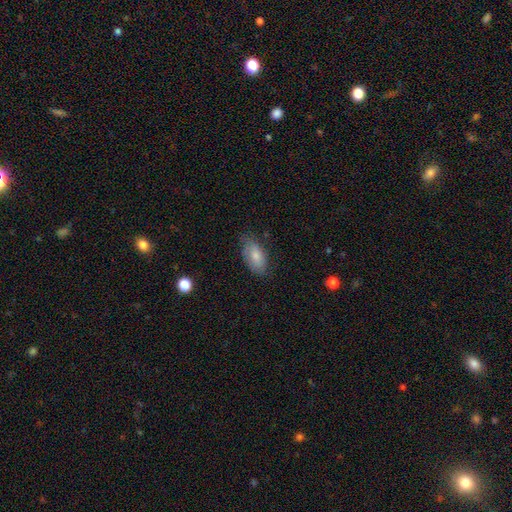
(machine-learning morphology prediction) type=smooth (74%); roundness=in between (92%); merging=none (68%).